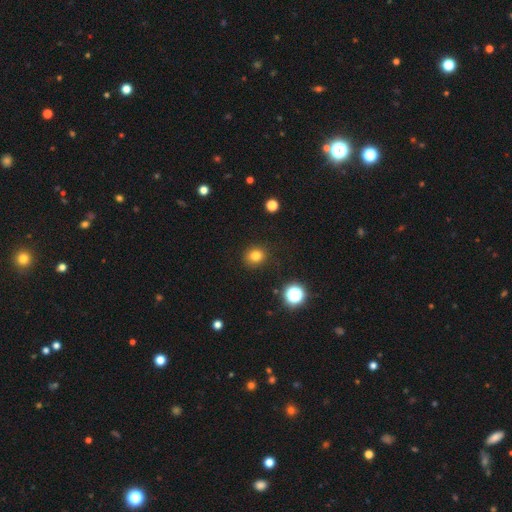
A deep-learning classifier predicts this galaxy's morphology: Smooth or featured? smooth (79%)
How rounded? round (78%)
Merging? none (88%)